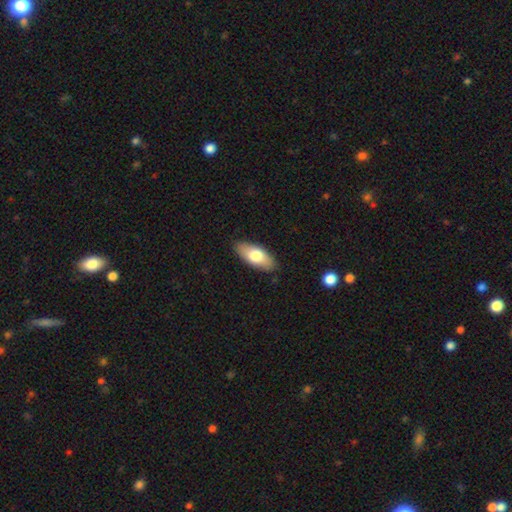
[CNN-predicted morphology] This appears to be a smooth galaxy with no disk features (72%) that is in between round and cigar-shaped (86%). Merging: none (87%).